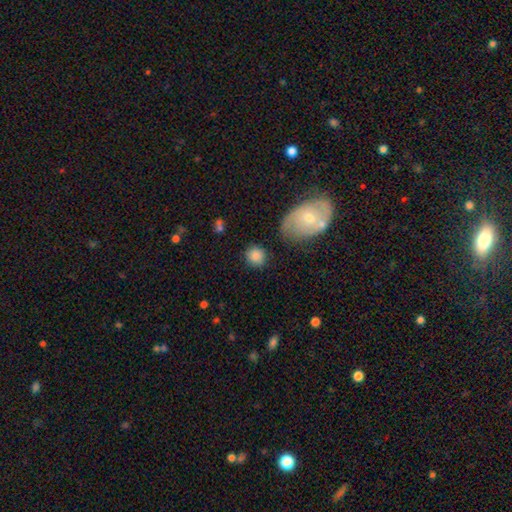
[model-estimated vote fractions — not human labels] The model was most divided on "merging": none: 80%, minor disturbance: 11%, merger: 4%, major disturbance: 4%. More confident: how rounded — round (88%); smooth or featured — smooth (84%).